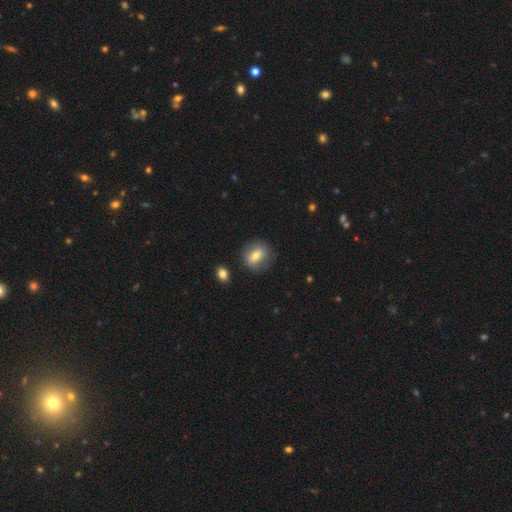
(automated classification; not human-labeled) This is likely a smooth galaxy (67%). How rounded: possibly round (55%). Merging: likely none (79%).